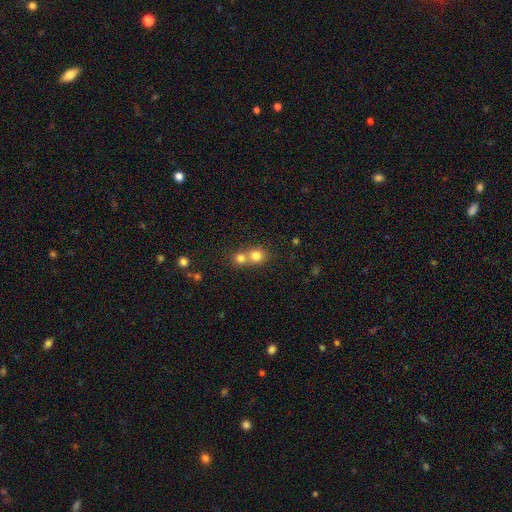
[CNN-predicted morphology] The model was most divided on "merging": merger: 58%, none: 35%, minor disturbance: 4%, major disturbance: 2%. More confident: how rounded — round (84%); smooth or featured — smooth (77%).